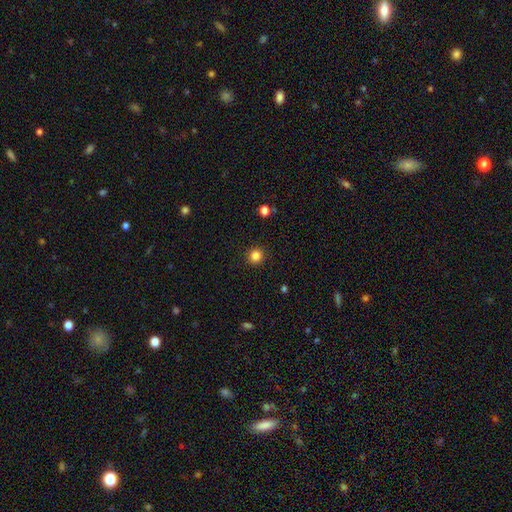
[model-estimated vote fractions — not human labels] The model was most divided on "smooth or featured": smooth: 84%, star or artifact: 12%, featured or disk: 4%. More confident: how rounded — round (92%); merging — none (92%).